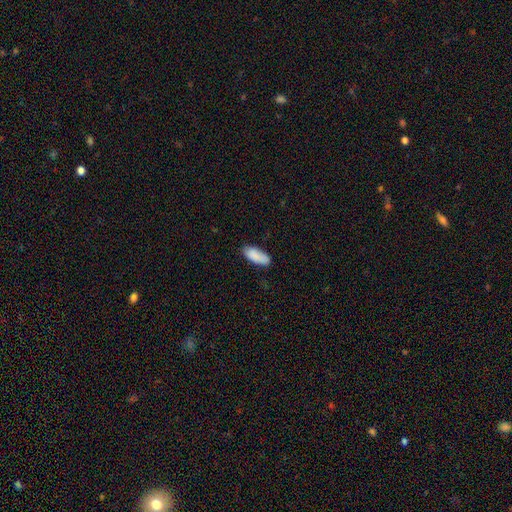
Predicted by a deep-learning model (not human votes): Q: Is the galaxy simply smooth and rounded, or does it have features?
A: smooth — 87%.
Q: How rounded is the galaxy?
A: in between — 82%.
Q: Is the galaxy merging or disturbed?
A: none — 75%.